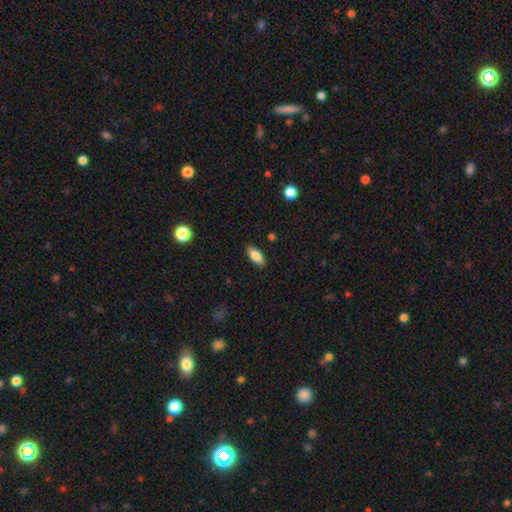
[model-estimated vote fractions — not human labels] smooth 81%, featured or disk 11%, star or artifact 7%. Down the decision tree: how rounded — in between (84%); merging — none (87%).